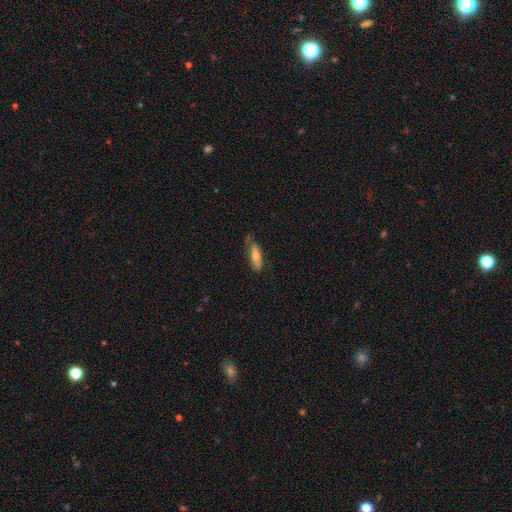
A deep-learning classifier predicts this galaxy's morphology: type=smooth (67%); roundness=cigar-shaped (51%); merging=none (59%).